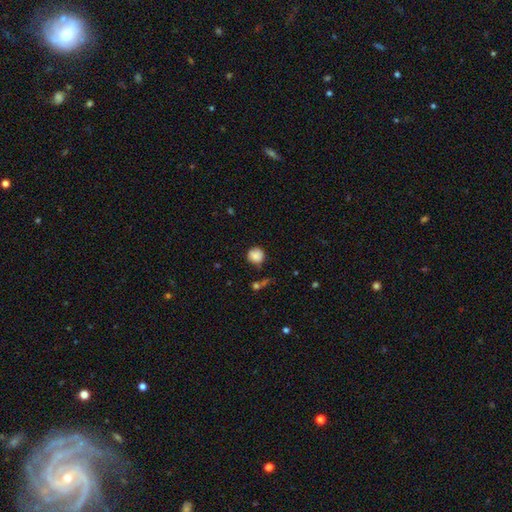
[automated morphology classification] This is clearly a smooth galaxy (85%). How rounded: clearly round (89%). Merging: likely none (74%).